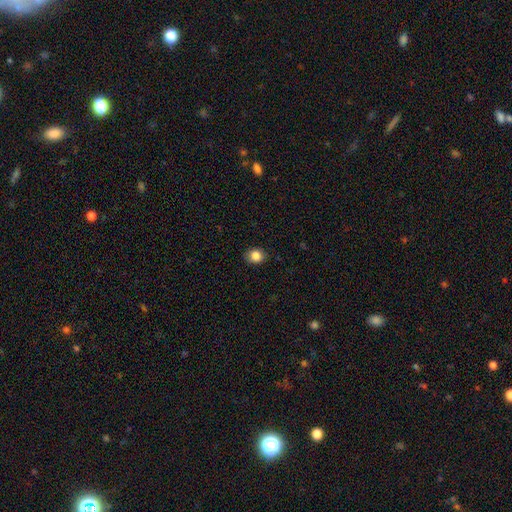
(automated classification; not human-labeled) This is clearly a smooth galaxy (85%). How rounded: likely round (61%). Merging: clearly none (86%).